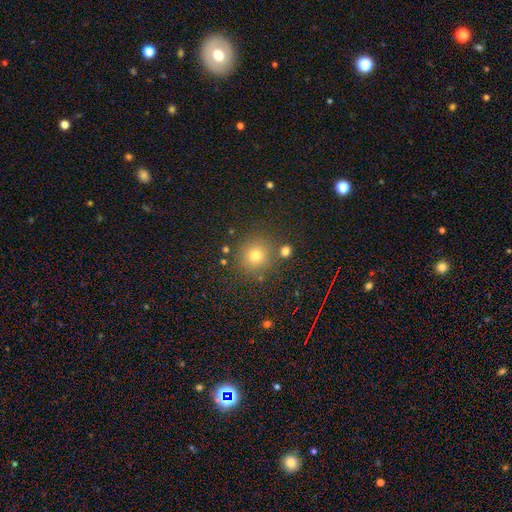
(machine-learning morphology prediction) Smooth or featured? Predicted: smooth (p=0.71). How rounded? Predicted: round (p=0.93). Merging? Predicted: none (p=0.84).